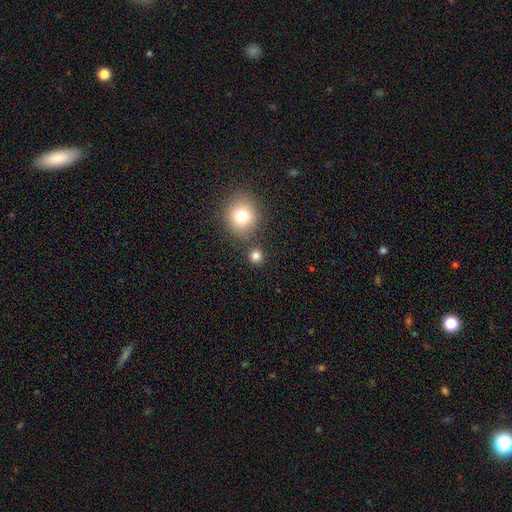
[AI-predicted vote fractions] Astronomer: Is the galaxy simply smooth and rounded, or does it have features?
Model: smooth — 81%.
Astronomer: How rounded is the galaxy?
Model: round — 90%.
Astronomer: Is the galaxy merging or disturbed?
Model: none — 80%.